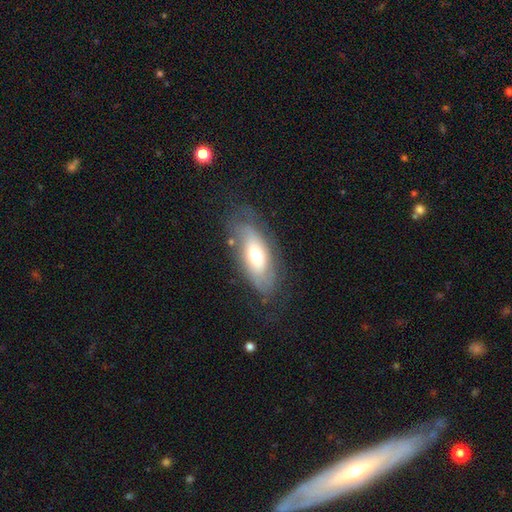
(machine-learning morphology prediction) This is possibly a smooth galaxy (49%). Merging: likely none (62%).